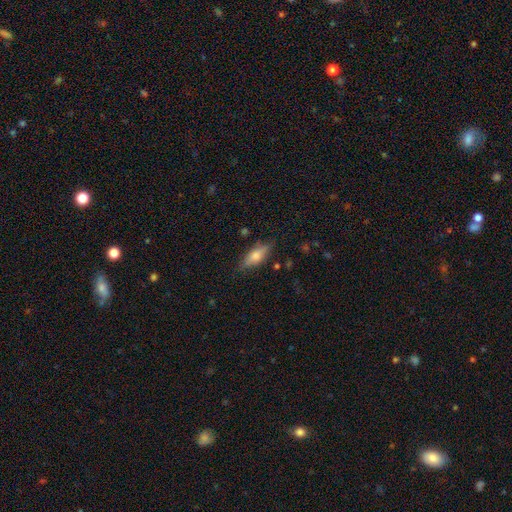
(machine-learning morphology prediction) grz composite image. It shows a smooth galaxy with no disk features (59%) that is in between round and cigar-shaped (62%). Merging: none (80%).